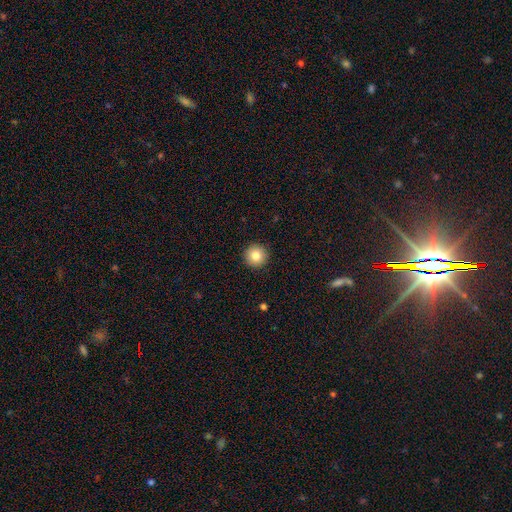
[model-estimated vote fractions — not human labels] The model was most divided on "smooth or featured": smooth: 83%, star or artifact: 10%, featured or disk: 7%. More confident: how rounded — round (96%); merging — none (93%).